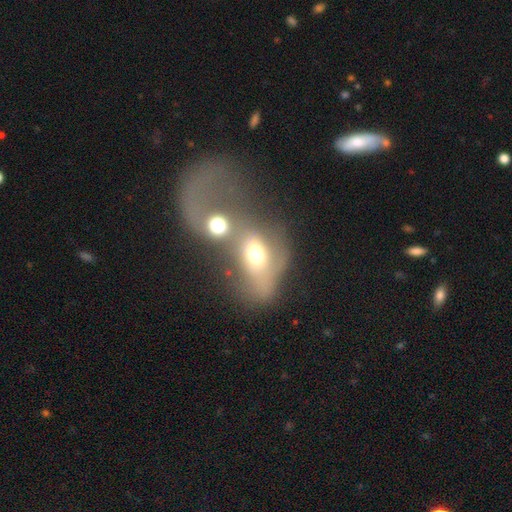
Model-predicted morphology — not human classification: Smooth or featured? smooth (48%)
Merging? merger (67%)